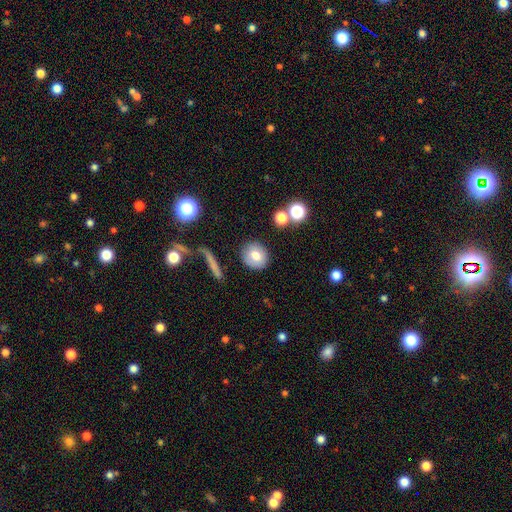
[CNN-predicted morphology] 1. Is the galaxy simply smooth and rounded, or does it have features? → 76% smooth, 14% featured or disk, 9% star or artifact.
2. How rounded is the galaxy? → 82% round, 16% in between, 2% cigar-shaped.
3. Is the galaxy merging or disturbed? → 85% none, 9% minor disturbance, 3% merger, 3% major disturbance.